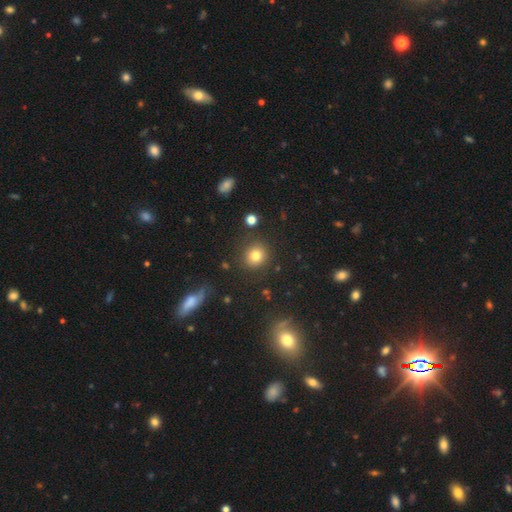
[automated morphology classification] Q: Smooth or featured?
A: smooth (79%); runner-up: star or artifact (13%)
Q: How rounded?
A: round (86%); runner-up: in between (13%)
Q: Merging?
A: none (86%); runner-up: minor disturbance (8%)